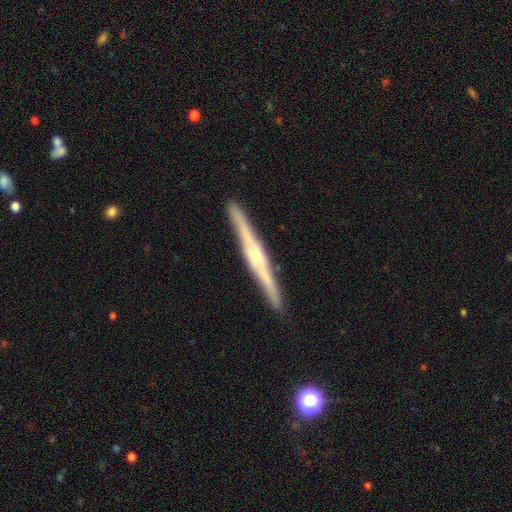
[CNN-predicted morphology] smooth-or-featured: featured or disk: 78% | smooth: 17% | star or artifact: 5%
  disk-edge-on: yes: 98% | no: 2%
    edge-on-bulge: rounded: 62% | boxy: 20% | none: 18%
  merging: none: 92% | minor disturbance: 6% | major disturbance: 1% | merger: 1%